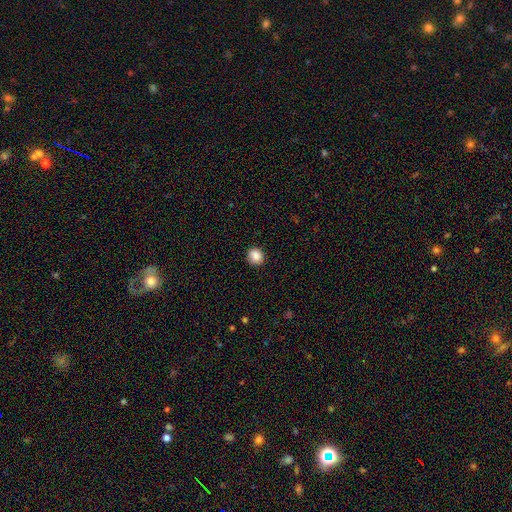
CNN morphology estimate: Smooth or featured?
  - smooth: 87% *
  - star or artifact: 9%
  - featured or disk: 4%
How rounded?
  - round: 83% *
  - in between: 16%
  - cigar-shaped: 1%
Merging?
  - none: 88% *
  - minor disturbance: 9%
  - major disturbance: 2%
  - merger: 1%